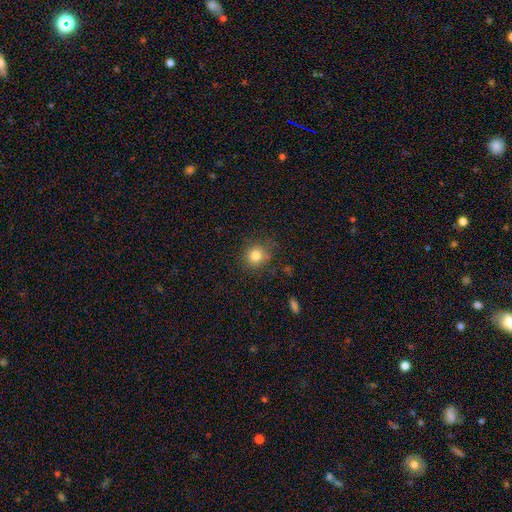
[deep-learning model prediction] The model was most divided on "merging": none: 81%, minor disturbance: 13%, major disturbance: 4%, merger: 2%. More confident: how rounded — round (87%); smooth or featured — smooth (82%).